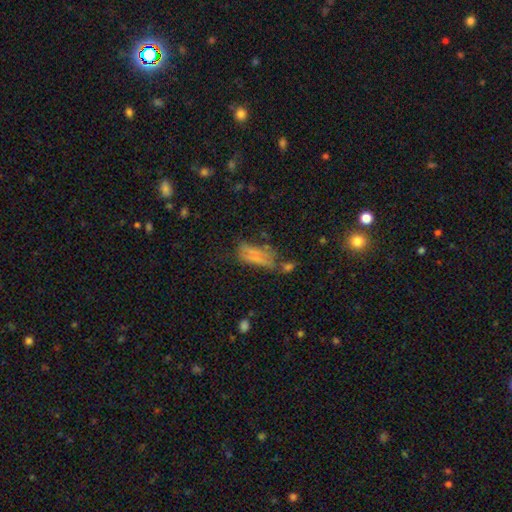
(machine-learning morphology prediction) Overall: smooth (57%; star or artifact 23%). How rounded: in between (58%; cigar-shaped 36%). Merging: none (46%; minor disturbance 24%).